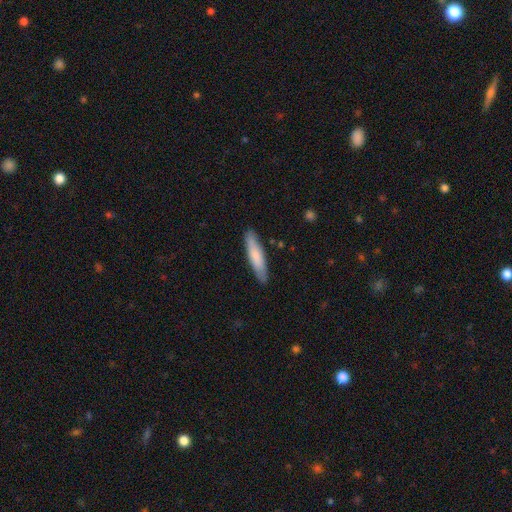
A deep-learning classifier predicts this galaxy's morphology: Smooth or featured?
  - smooth: 76% *
  - featured or disk: 19%
  - star or artifact: 5%
How rounded?
  - cigar-shaped: 82% *
  - in between: 17%
  - round: 1%
Merging?
  - none: 87% *
  - minor disturbance: 10%
  - major disturbance: 2%
  - merger: 1%